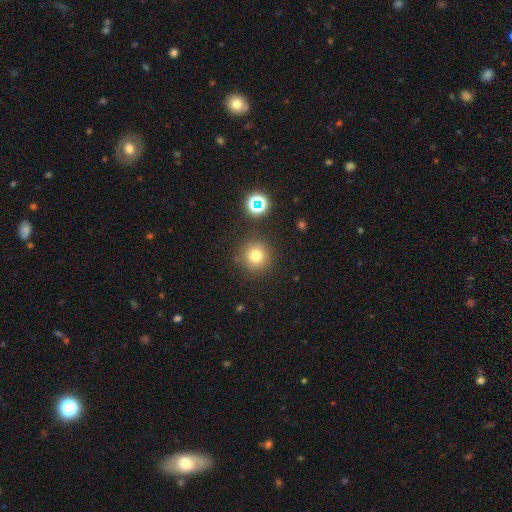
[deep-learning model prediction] Smooth or featured?
  - smooth: 75% *
  - star or artifact: 16%
  - featured or disk: 9%
How rounded?
  - round: 95% *
  - in between: 4%
  - cigar-shaped: 1%
Merging?
  - none: 86% *
  - minor disturbance: 8%
  - merger: 4%
  - major disturbance: 3%